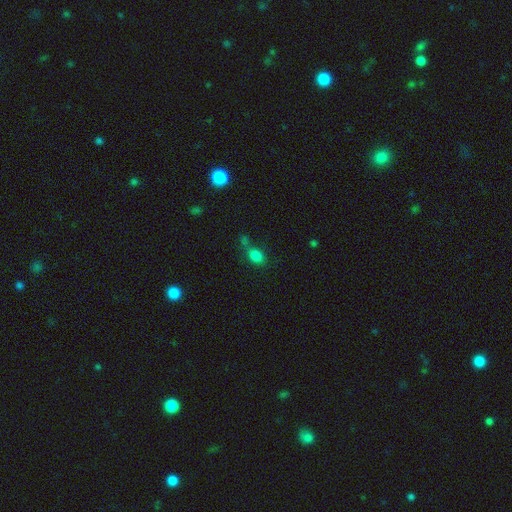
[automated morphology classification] A smooth galaxy with no disk features (80%) that is in between round and cigar-shaped (68%). Merging: none (50%).